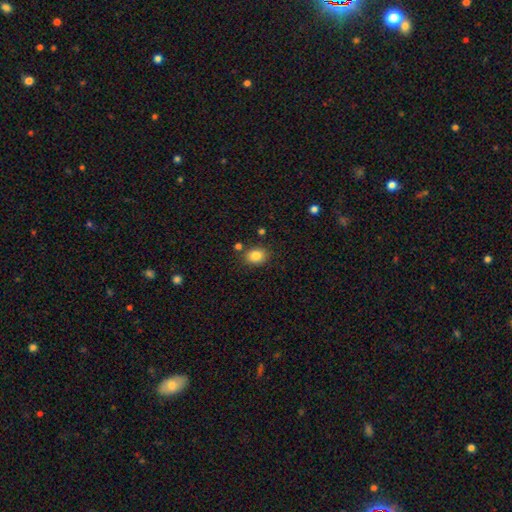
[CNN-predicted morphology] A smooth galaxy with no disk features (84%) that is in between round and cigar-shaped (51%). Merging: none (81%).